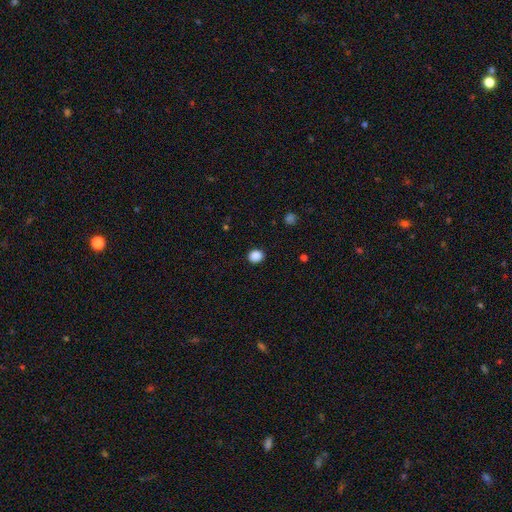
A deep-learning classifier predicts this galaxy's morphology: Smooth or featured?
  - smooth: 88% *
  - star or artifact: 10%
  - featured or disk: 3%
How rounded?
  - round: 71% *
  - in between: 28%
  - cigar-shaped: 1%
Merging?
  - none: 90% *
  - minor disturbance: 7%
  - major disturbance: 2%
  - merger: 1%